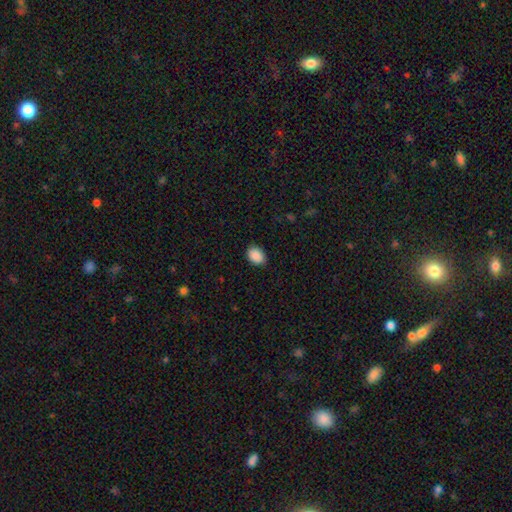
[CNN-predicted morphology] A smooth galaxy with no disk features (89%) that is in between round and cigar-shaped (72%). Merging: none (85%).